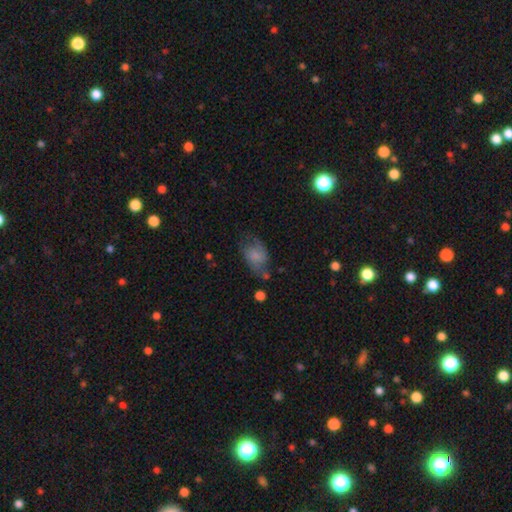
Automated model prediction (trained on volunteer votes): smooth-or-featured: smooth: 65% | featured or disk: 26% | star or artifact: 9%
  how-rounded: in between: 80% | round: 19% | cigar-shaped: 2%
  merging: none: 45% | minor disturbance: 30% | major disturbance: 20% | merger: 5%